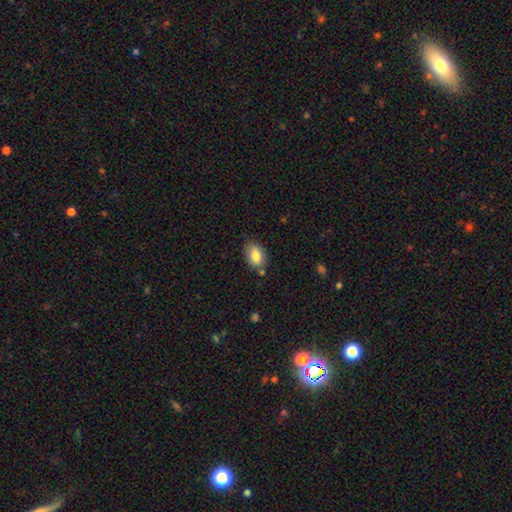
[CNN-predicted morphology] This is clearly a smooth galaxy (84%). How rounded: clearly in between (86%). Merging: likely none (76%).